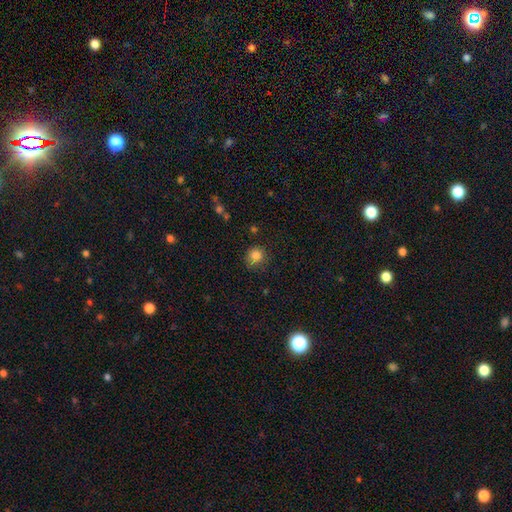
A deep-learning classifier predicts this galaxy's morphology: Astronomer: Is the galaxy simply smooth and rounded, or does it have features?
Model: smooth — 84%.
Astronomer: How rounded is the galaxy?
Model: round — 85%.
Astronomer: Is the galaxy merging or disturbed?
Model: none — 71%.